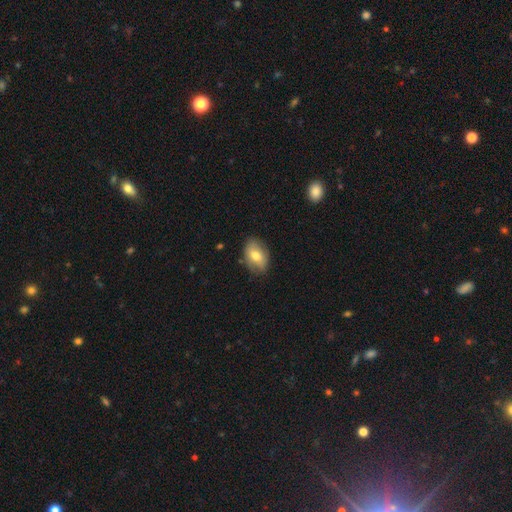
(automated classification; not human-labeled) smooth_or_featured: smooth (p=0.69) [alt: featured or disk p=0.24]
how_rounded: in between (p=0.85) [alt: round p=0.14]
merging: none (p=0.81) [alt: minor disturbance p=0.15]